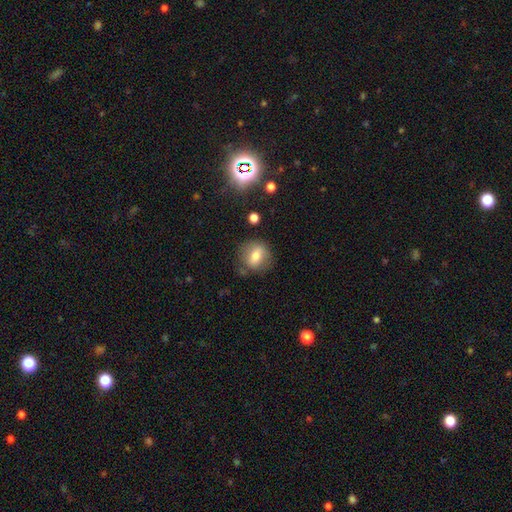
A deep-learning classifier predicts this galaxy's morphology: The model was most divided on "how rounded": round: 67%, in between: 31%, cigar-shaped: 2%. More confident: merging — none (78%); smooth or featured — smooth (66%).